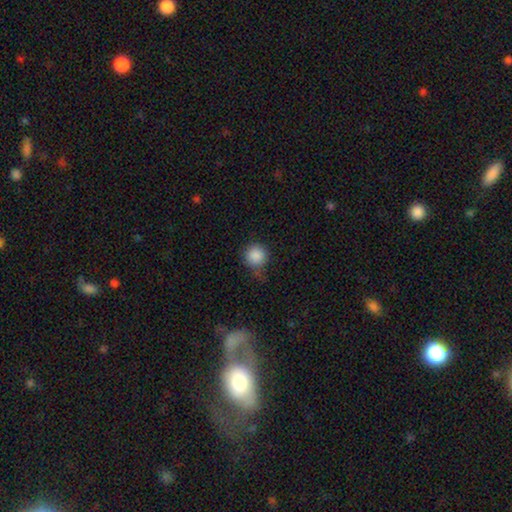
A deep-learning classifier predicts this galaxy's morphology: smooth 87%, star or artifact 9%, featured or disk 4%. Down the decision tree: how rounded — round (93%); merging — none (69%).